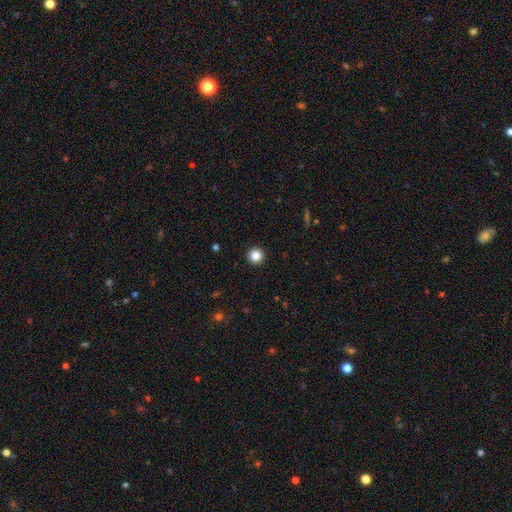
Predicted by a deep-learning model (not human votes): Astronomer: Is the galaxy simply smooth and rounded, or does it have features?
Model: smooth — 85%.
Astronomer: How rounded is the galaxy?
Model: round — 96%.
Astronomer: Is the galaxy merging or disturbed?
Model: none — 94%.